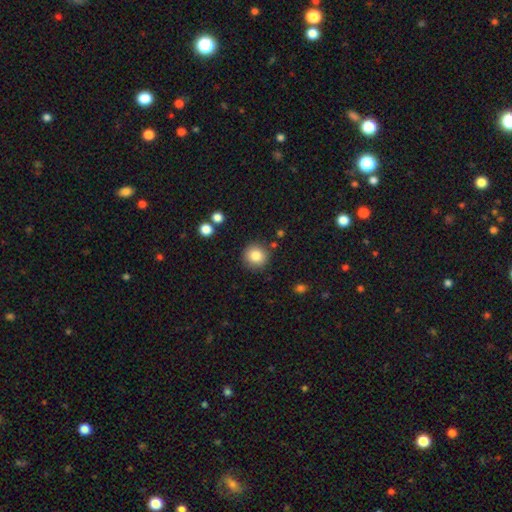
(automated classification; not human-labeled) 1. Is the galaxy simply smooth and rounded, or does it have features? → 83% smooth, 10% star or artifact, 7% featured or disk.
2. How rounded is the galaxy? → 93% round, 6% in between, 1% cigar-shaped.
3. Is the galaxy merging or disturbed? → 87% none, 7% minor disturbance, 3% merger, 2% major disturbance.